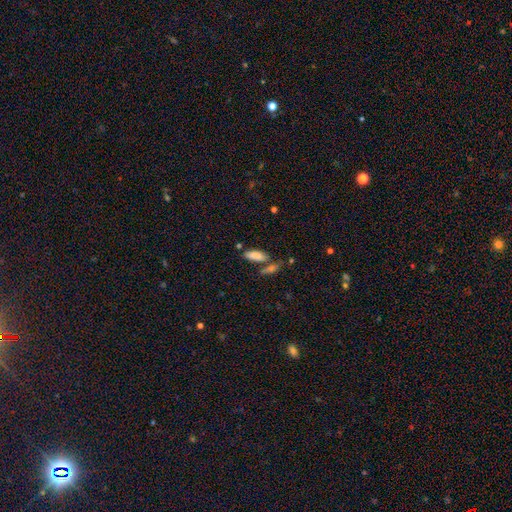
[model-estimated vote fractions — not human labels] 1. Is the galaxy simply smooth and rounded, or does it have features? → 84% smooth, 8% featured or disk, 8% star or artifact.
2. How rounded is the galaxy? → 73% in between, 25% cigar-shaped, 2% round.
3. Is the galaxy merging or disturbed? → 55% none, 27% merger, 13% minor disturbance, 5% major disturbance.